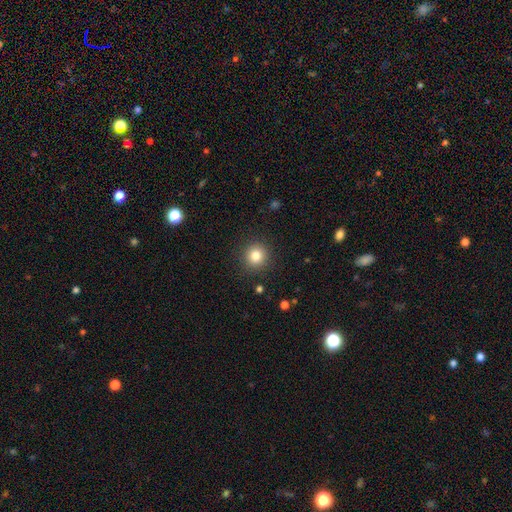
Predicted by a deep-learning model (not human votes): Q: Smooth or featured?
A: smooth (82%); runner-up: star or artifact (12%)
Q: How rounded?
A: round (94%); runner-up: in between (5%)
Q: Merging?
A: none (90%); runner-up: minor disturbance (6%)